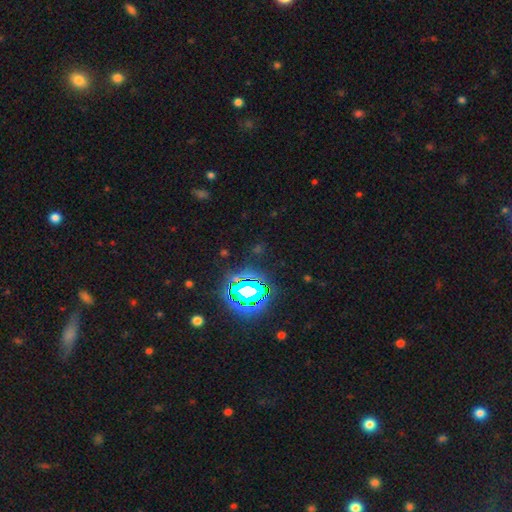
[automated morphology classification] star or artifact 80%, smooth 13%, featured or disk 7%.